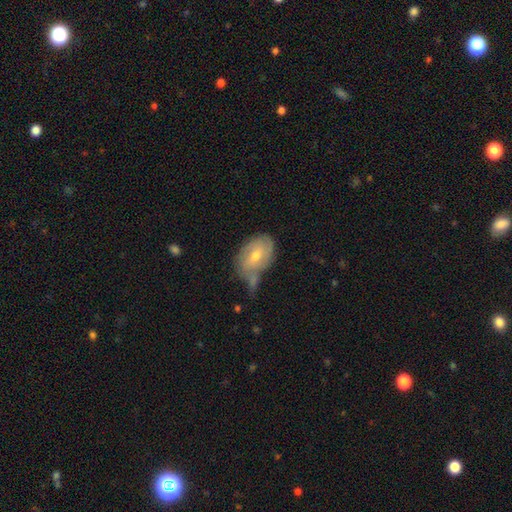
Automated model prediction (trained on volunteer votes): A smooth galaxy with no disk features (47%). Merging: none (41%).